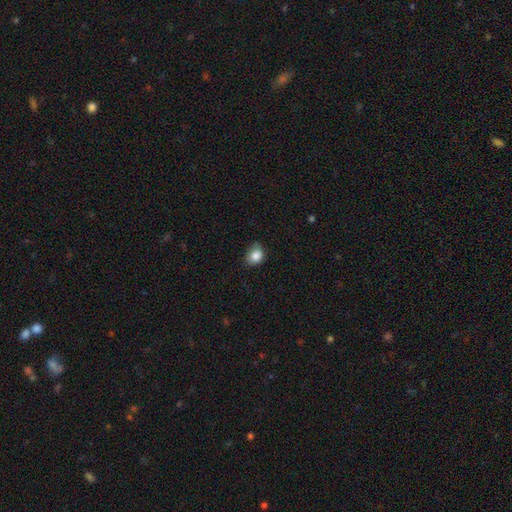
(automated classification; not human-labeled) Smooth or featured: smooth — 85% (star or artifact — 9%)
How rounded: round — 59% (in between — 40%)
Merging: none — 61% (minor disturbance — 32%)